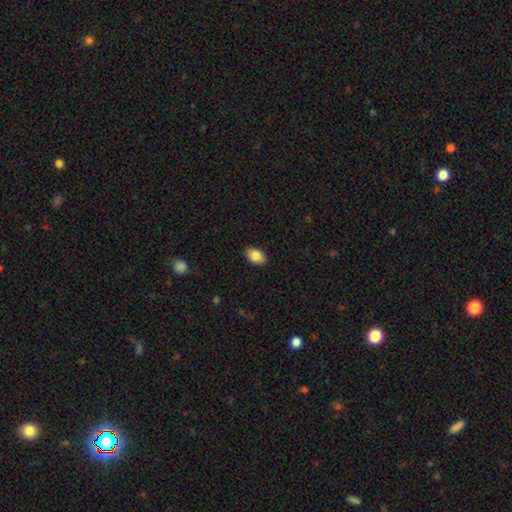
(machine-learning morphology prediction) smooth 85%, featured or disk 8%, star or artifact 7%. Down the decision tree: how rounded — in between (90%); merging — none (89%).